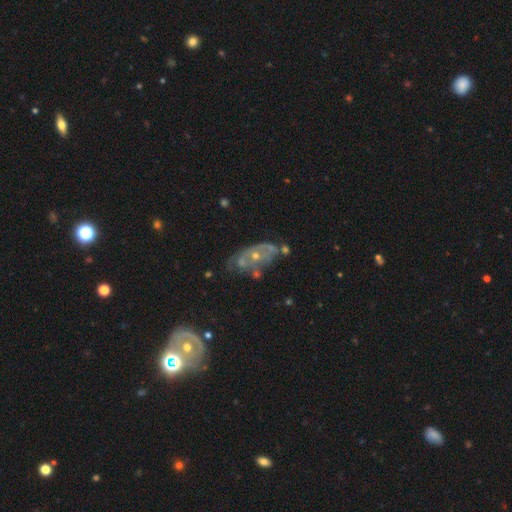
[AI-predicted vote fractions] This is likely a featured or disk galaxy (73%). It is clearly not viewed edge-on (91%). Bar: clearly no (81%). Spiral arm pattern: possibly yes (59%). Central bulge: possibly small (55%). Merging: possibly none (48%).